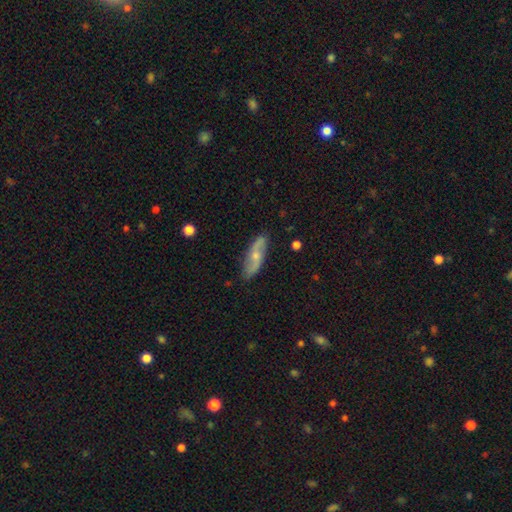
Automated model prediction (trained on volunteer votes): This appears to be a featured or disk galaxy (65%) with no bar (62%), spiral arms (87%) and a small central bulge (52%). Merging: none (83%).